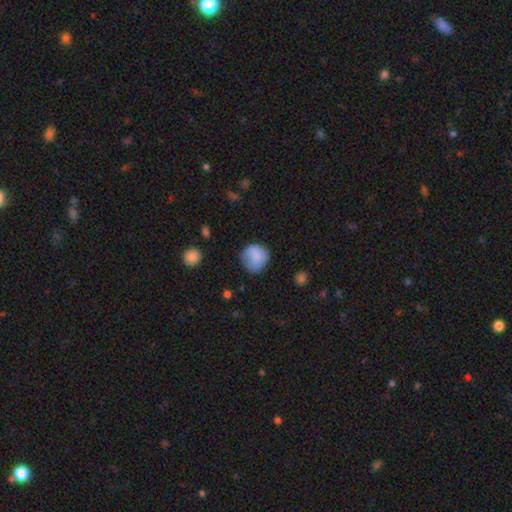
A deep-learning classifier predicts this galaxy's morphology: This appears to be a smooth galaxy with no disk features (82%) that is round (87%). Merging: none (63%).